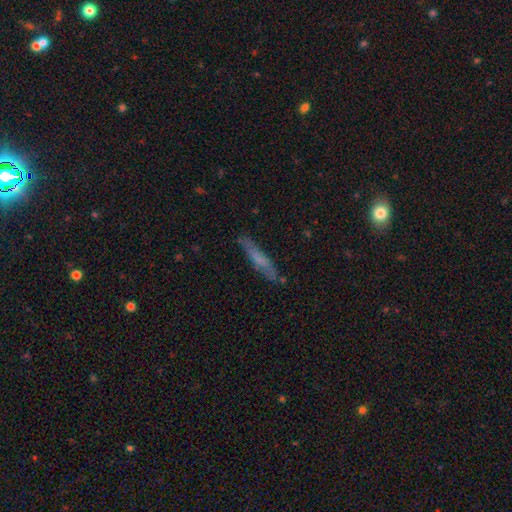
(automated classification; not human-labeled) smooth-or-featured: smooth: 56% | featured or disk: 37% | star or artifact: 8%
  how-rounded: cigar-shaped: 91% | in between: 8% | round: 2%
  merging: none: 80% | minor disturbance: 14% | major disturbance: 3% | merger: 2%